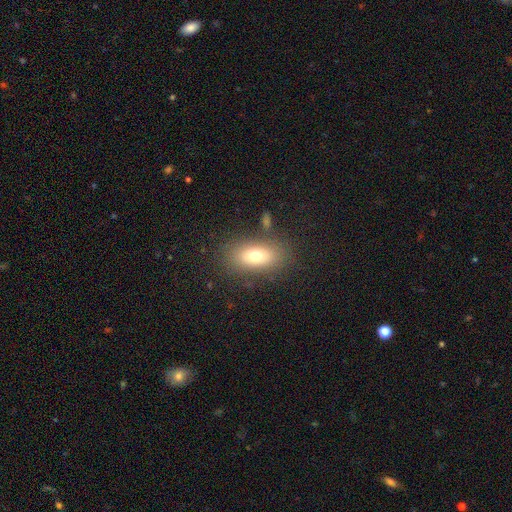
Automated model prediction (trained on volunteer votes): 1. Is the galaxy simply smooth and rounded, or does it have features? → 73% smooth, 17% featured or disk, 10% star or artifact.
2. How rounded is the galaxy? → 86% in between, 8% round, 7% cigar-shaped.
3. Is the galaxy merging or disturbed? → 81% none, 11% minor disturbance, 4% major disturbance, 4% merger.